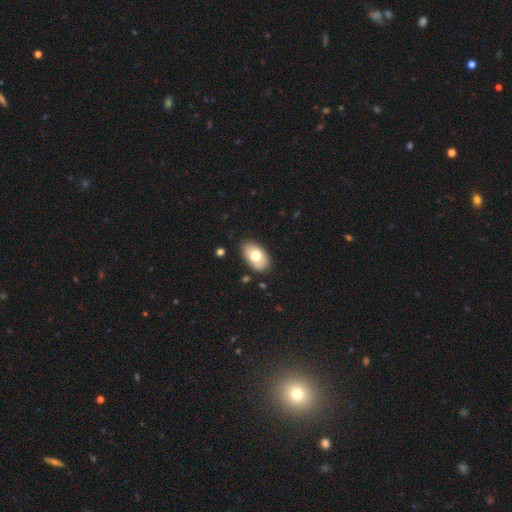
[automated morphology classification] Overall: smooth (71%). How rounded: in between (92%). Merging: none (83%).